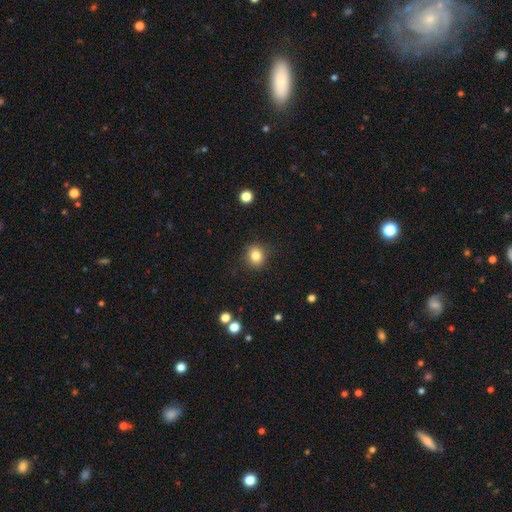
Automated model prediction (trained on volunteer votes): Smooth or featured: smooth — 83% (star or artifact — 11%)
How rounded: round — 81% (in between — 18%)
Merging: none — 88% (minor disturbance — 8%)